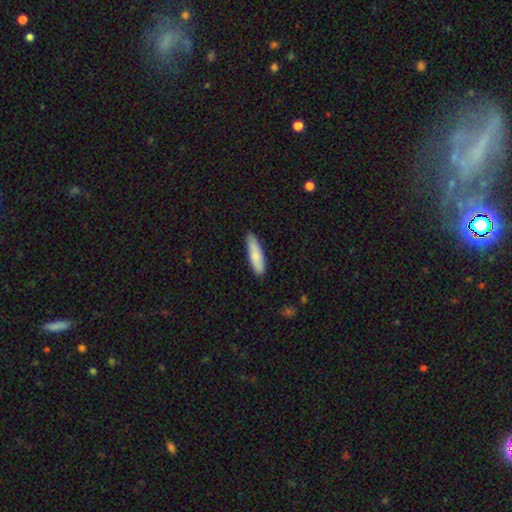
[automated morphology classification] A smooth galaxy with no disk features (80%) that is cigar-shaped (68%).

Vote fractions:
- Smooth or featured? smooth: 80% / featured or disk: 15% / star or artifact: 5%
- How rounded? cigar-shaped: 68% / in between: 31% / round: 2%
- Merging? none: 82% / minor disturbance: 15% / major disturbance: 2% / merger: 1%